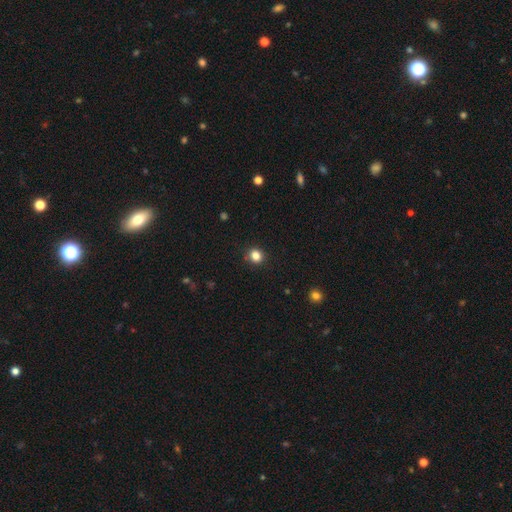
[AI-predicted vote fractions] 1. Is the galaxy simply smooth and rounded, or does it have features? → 83% smooth, 13% star or artifact, 4% featured or disk.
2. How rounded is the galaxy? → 84% round, 15% in between, 1% cigar-shaped.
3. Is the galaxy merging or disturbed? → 89% none, 8% minor disturbance, 2% major disturbance, 2% merger.